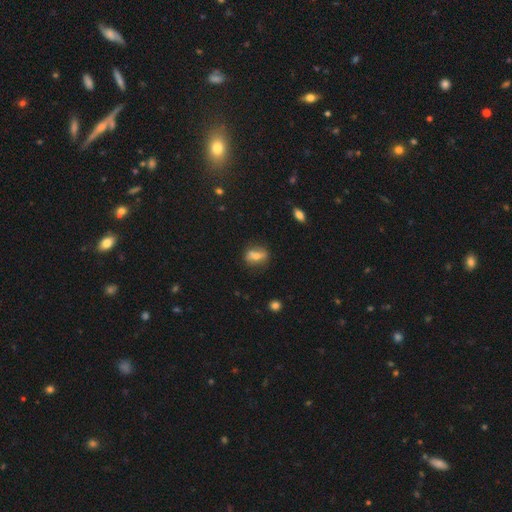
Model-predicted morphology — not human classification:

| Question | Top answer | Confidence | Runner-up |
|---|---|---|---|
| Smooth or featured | smooth | 57% | featured or disk (32%) |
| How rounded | in between | 61% | round (28%) |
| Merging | none | 66% | minor disturbance (17%) |